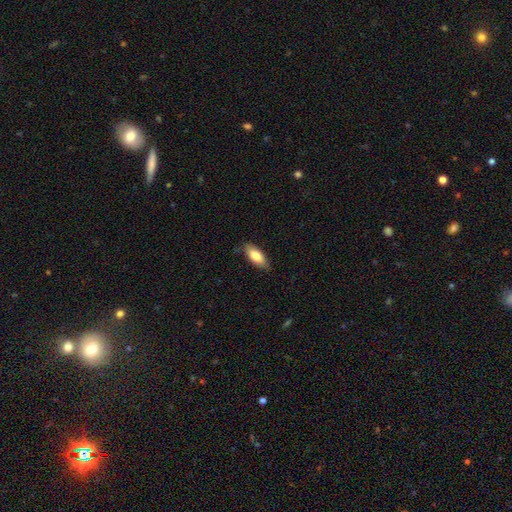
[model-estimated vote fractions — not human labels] Smooth or featured? smooth (79%)
How rounded? in between (80%)
Merging? none (79%)